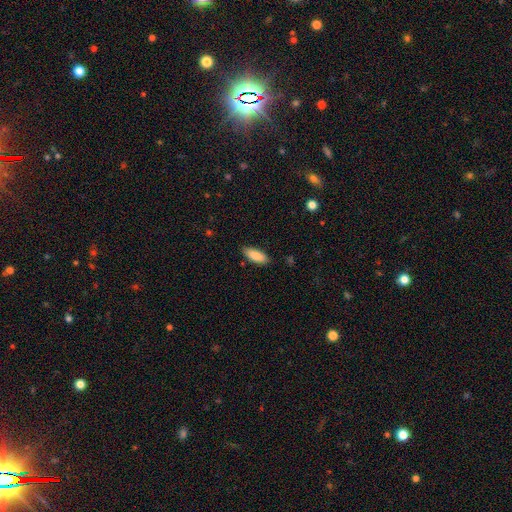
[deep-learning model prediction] smooth_or_featured: smooth (p=0.86) [alt: featured or disk p=0.08]
how_rounded: in between (p=0.76) [alt: cigar-shaped p=0.22]
merging: none (p=0.84) [alt: minor disturbance p=0.12]